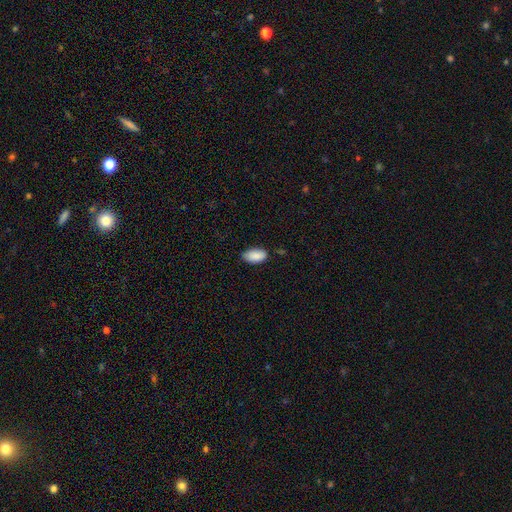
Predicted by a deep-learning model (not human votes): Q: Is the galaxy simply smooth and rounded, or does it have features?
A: smooth — 89%.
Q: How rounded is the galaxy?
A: in between — 94%.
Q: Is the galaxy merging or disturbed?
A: none — 78%.